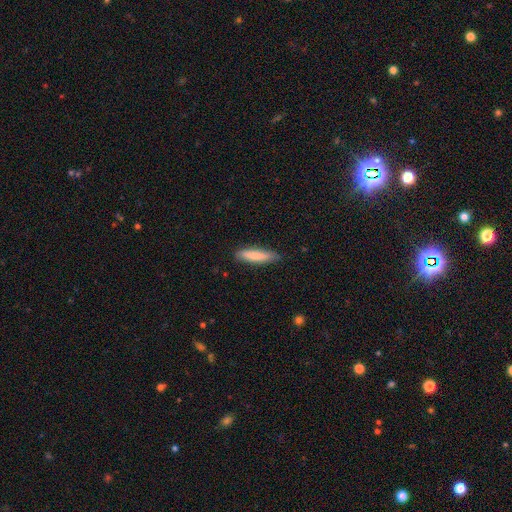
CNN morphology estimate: smooth-or-featured: smooth: 82% | featured or disk: 12% | star or artifact: 6%
  how-rounded: cigar-shaped: 79% | in between: 20% | round: 1%
  merging: none: 84% | minor disturbance: 13% | major disturbance: 2% | merger: 1%